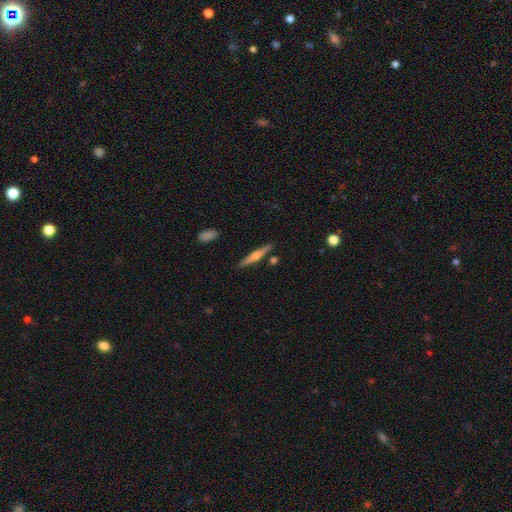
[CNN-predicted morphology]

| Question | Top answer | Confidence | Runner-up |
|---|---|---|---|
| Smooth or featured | featured or disk | 58% | smooth (36%) |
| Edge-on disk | yes | 97% | no (3%) |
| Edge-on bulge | rounded | 87% | none (8%) |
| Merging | none | 87% | minor disturbance (8%) |